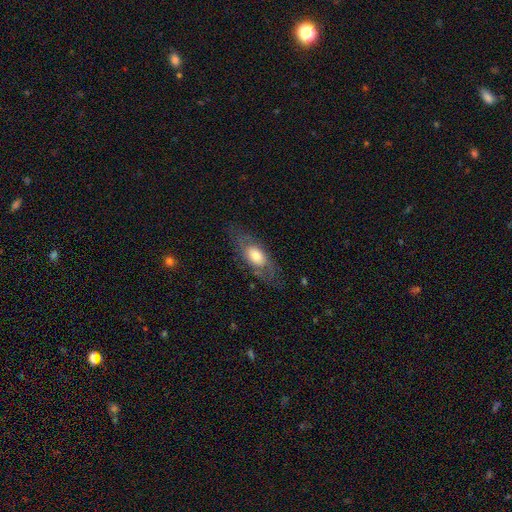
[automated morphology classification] A smooth galaxy with no disk features (52%) that is in between round and cigar-shaped (78%). Merging: none (69%).